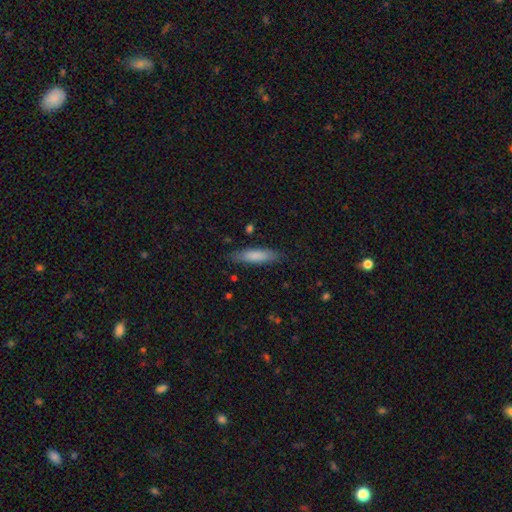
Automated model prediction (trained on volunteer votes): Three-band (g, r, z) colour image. It shows a smooth galaxy with no disk features (81%) that is cigar-shaped (70%). Merging: none (83%).